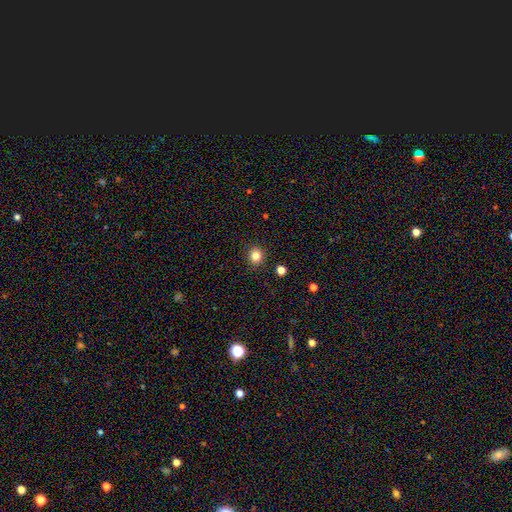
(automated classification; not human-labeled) The model was most divided on "how rounded": round: 84%, in between: 15%, cigar-shaped: 1%. More confident: merging — none (91%); smooth or featured — smooth (82%).